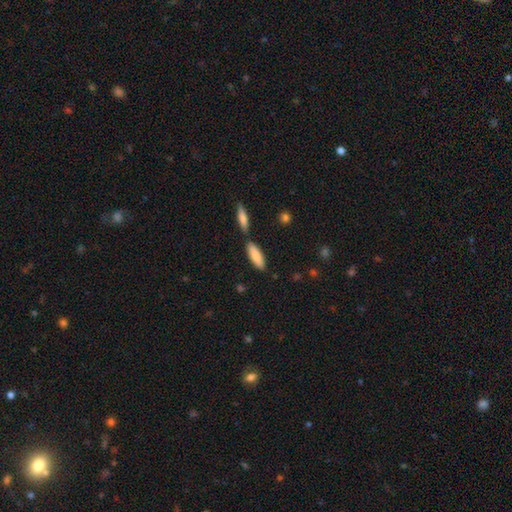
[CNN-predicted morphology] Smooth or featured: smooth — 83% (featured or disk — 11%)
How rounded: in between — 56% (cigar-shaped — 42%)
Merging: none — 72% (merger — 15%)